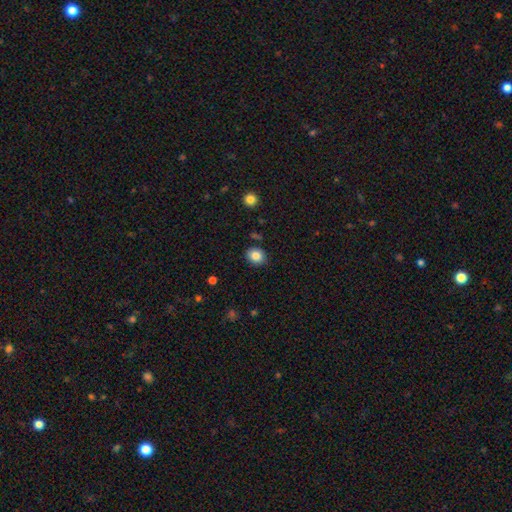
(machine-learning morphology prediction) type=smooth (85%); roundness=round (65%); merging=none (86%).